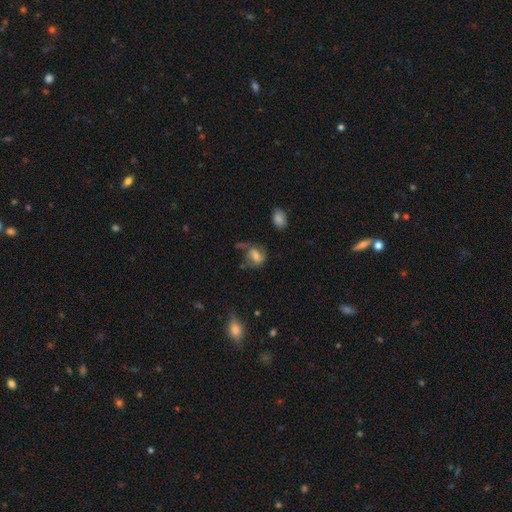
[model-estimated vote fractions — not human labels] This appears to be a featured or disk galaxy (50%). Merging: none (41%).